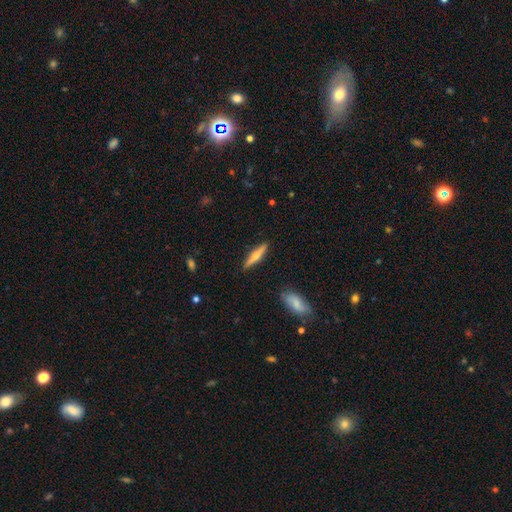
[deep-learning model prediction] A featured or disk galaxy (51%) viewed edge-on (95%).

Vote fractions:
- Smooth or featured? featured or disk: 51% / smooth: 43% / star or artifact: 6%
- Edge-on disk? yes: 95% / no: 5%
- Merging? none: 89% / minor disturbance: 7% / major disturbance: 2% / merger: 2%